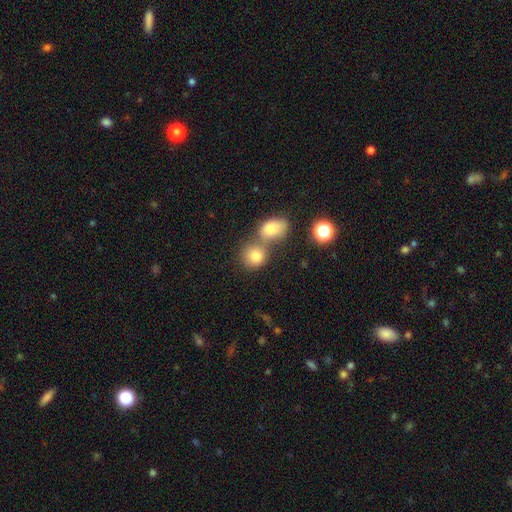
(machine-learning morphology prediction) Q: Smooth or featured?
A: smooth (79%); runner-up: star or artifact (11%)
Q: How rounded?
A: round (78%); runner-up: in between (21%)
Q: Merging?
A: merger (49%); runner-up: none (41%)